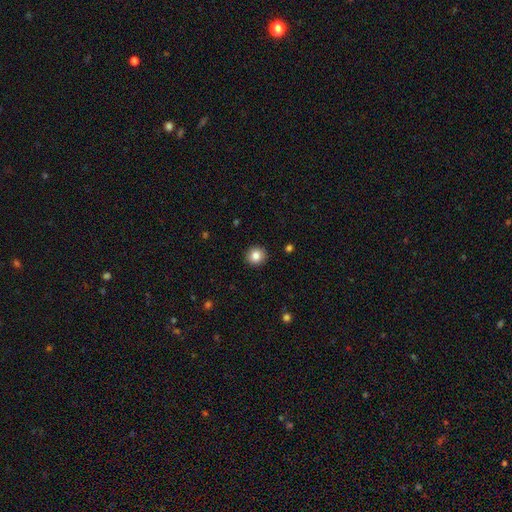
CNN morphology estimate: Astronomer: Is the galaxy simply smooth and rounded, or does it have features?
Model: smooth — 84%.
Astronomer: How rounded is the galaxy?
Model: round — 85%.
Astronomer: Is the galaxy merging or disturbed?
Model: none — 92%.